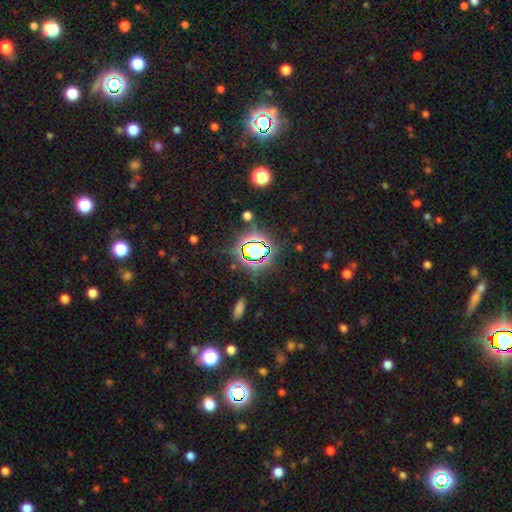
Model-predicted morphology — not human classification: star or artifact 72%, smooth 19%, featured or disk 9%.